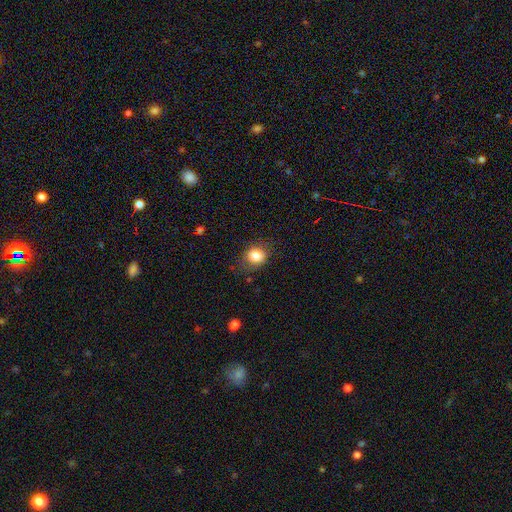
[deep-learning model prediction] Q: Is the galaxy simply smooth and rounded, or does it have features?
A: smooth — 82%.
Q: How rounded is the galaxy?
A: round — 64%.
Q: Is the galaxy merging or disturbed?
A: none — 73%.